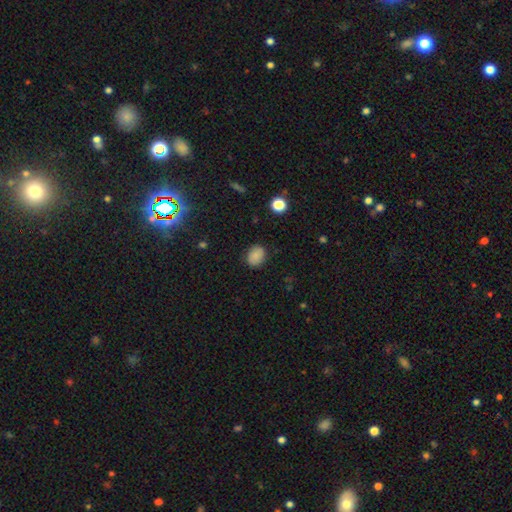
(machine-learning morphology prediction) The model was most divided on "how rounded": round: 51%, in between: 48%, cigar-shaped: 1%. More confident: smooth or featured — smooth (84%); merging — none (84%).